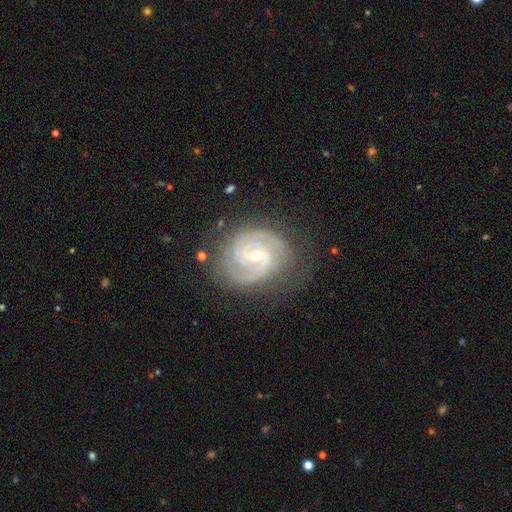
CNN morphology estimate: smooth_or_featured: featured or disk (p=0.91) [alt: star or artifact p=0.05]
disk_edge_on: no (p=0.98) [alt: yes p=0.02]
bar: weak (p=0.48) [alt: no p=0.34]
has_spiral_arms: yes (p=0.98) [alt: no p=0.02]
spiral_winding: tight (p=0.67) [alt: medium p=0.29]
spiral_arm_count: 2 (p=0.67) [alt: 3 p=0.17]
bulge_size: small (p=0.61) [alt: moderate p=0.36]
merging: none (p=0.76) [alt: minor disturbance p=0.17]